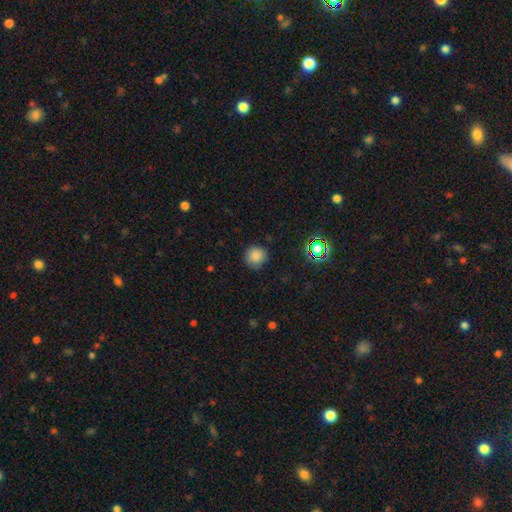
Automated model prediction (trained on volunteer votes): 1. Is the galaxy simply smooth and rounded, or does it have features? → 82% smooth, 14% star or artifact, 5% featured or disk.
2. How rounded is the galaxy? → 94% round, 5% in between, 1% cigar-shaped.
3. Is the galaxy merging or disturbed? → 86% none, 10% minor disturbance, 3% major disturbance, 1% merger.